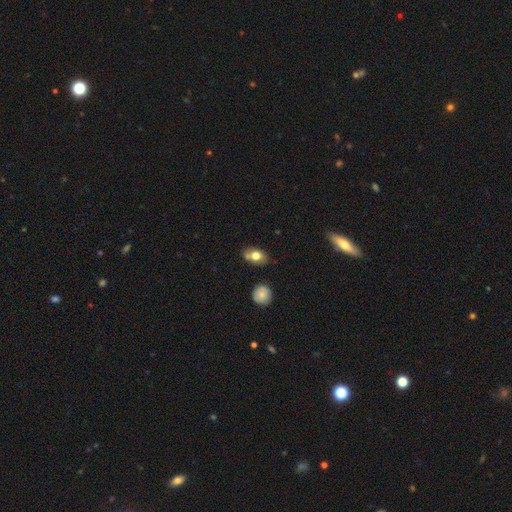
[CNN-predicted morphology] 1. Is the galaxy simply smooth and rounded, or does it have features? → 73% smooth, 19% featured or disk, 8% star or artifact.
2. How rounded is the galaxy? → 78% in between, 20% round, 2% cigar-shaped.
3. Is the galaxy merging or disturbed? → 65% none, 19% minor disturbance, 13% merger, 4% major disturbance.